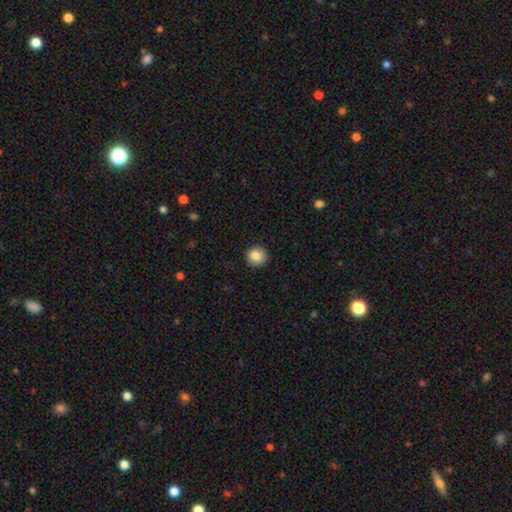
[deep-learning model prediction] The model was most divided on "smooth or featured": smooth: 84%, star or artifact: 9%, featured or disk: 7%. More confident: how rounded — round (92%); merging — none (91%).